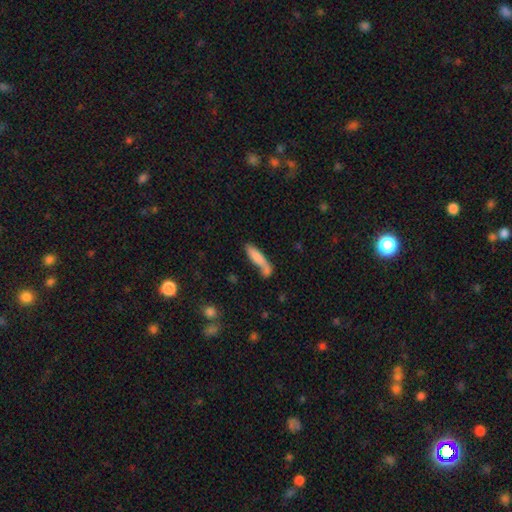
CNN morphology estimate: Q: Smooth or featured?
A: smooth (76%); runner-up: featured or disk (17%)
Q: How rounded?
A: cigar-shaped (77%); runner-up: in between (21%)
Q: Merging?
A: none (50%); runner-up: merger (24%)